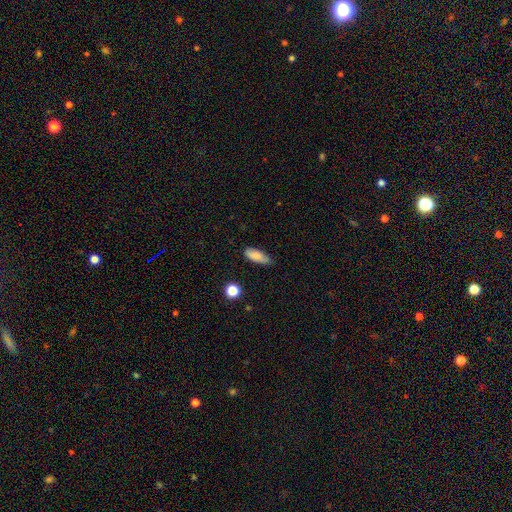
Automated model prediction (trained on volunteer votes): smooth-or-featured: smooth: 84% | featured or disk: 8% | star or artifact: 8%
  how-rounded: in between: 65% | cigar-shaped: 32% | round: 2%
  merging: none: 66% | minor disturbance: 27% | major disturbance: 5% | merger: 2%